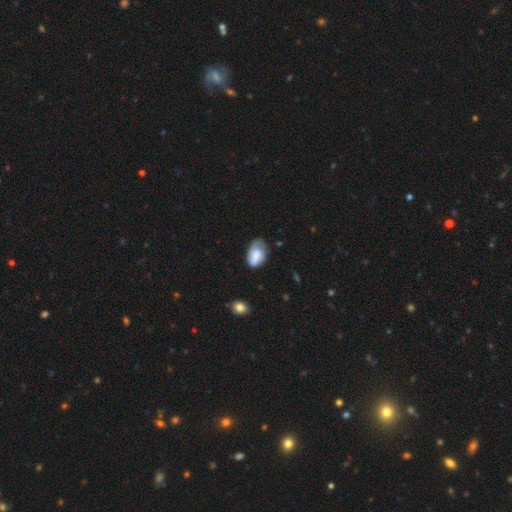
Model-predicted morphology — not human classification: Overall: smooth (70%). How rounded: in between (89%). Merging: none (47%; minor disturbance 37%).